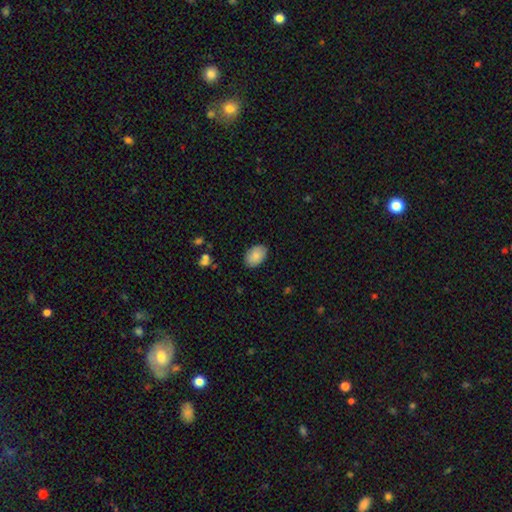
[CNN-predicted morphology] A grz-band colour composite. It shows a smooth galaxy with no disk features (85%) that is in between round and cigar-shaped (87%). Merging: none (85%).